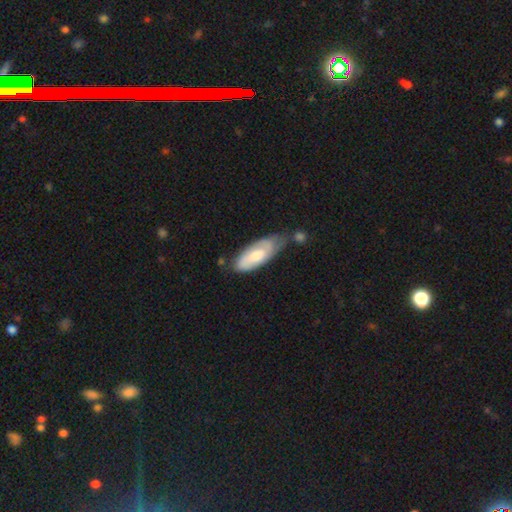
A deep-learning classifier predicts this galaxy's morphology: smooth-or-featured: smooth: 57% | featured or disk: 37% | star or artifact: 5%
  how-rounded: in between: 75% | cigar-shaped: 23% | round: 2%
  merging: none: 43% | minor disturbance: 33% | merger: 13% | major disturbance: 12%